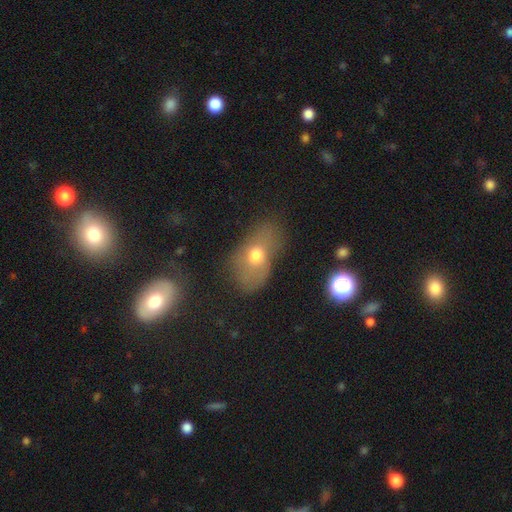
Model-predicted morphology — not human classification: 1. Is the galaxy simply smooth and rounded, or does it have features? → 61% smooth, 27% featured or disk, 12% star or artifact.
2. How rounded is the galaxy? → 80% in between, 16% round, 4% cigar-shaped.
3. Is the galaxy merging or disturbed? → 48% none, 27% minor disturbance, 21% major disturbance, 4% merger.